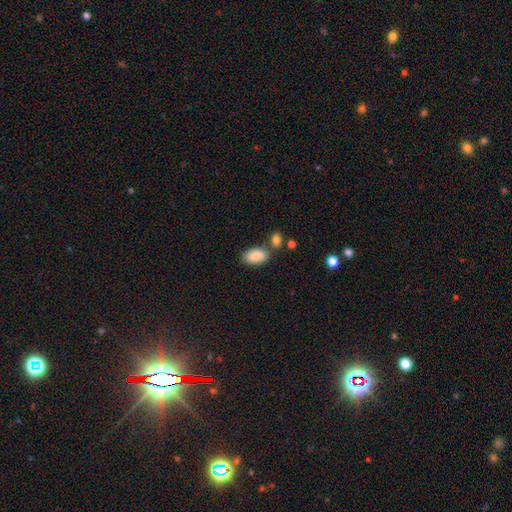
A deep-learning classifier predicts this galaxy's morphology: This is clearly a smooth galaxy (84%). How rounded: clearly in between (93%). Merging: likely none (69%).